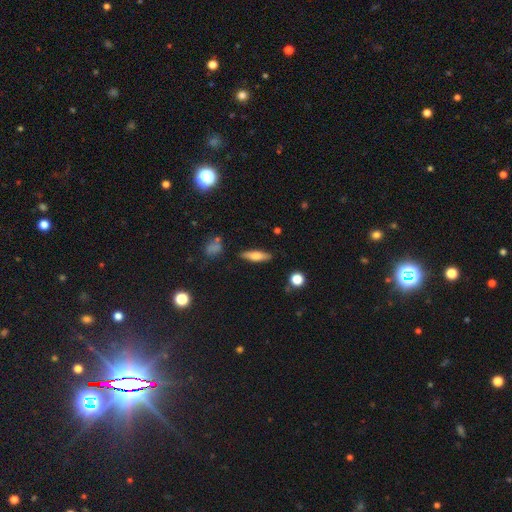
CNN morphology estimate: This is likely a smooth galaxy (62%). How rounded: possibly cigar-shaped (59%). Merging: clearly none (84%).